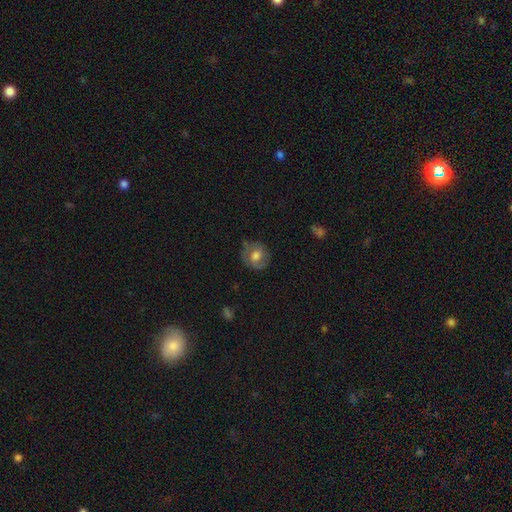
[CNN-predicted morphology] smooth 58%, featured or disk 34%, star or artifact 8%. Down the decision tree: how rounded — round (73%); merging — none (67%).